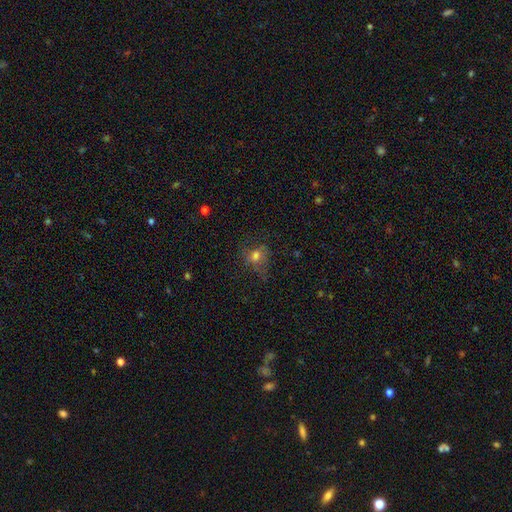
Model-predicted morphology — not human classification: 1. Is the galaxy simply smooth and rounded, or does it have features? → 51% smooth, 28% featured or disk, 21% star or artifact.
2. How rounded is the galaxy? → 63% round, 36% in between, 2% cigar-shaped.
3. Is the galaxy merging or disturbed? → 56% none, 22% minor disturbance, 21% major disturbance, 2% merger.